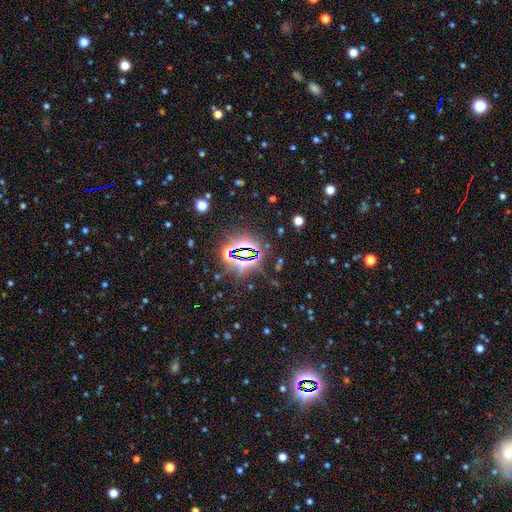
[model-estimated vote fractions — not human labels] A star or artifact, not a galaxy (82%).